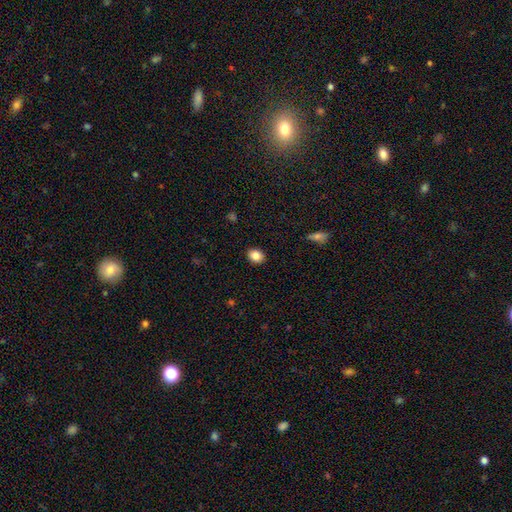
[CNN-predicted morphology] smooth 85%, star or artifact 9%, featured or disk 6%. Down the decision tree: how rounded — in between (57%); merging — none (90%).